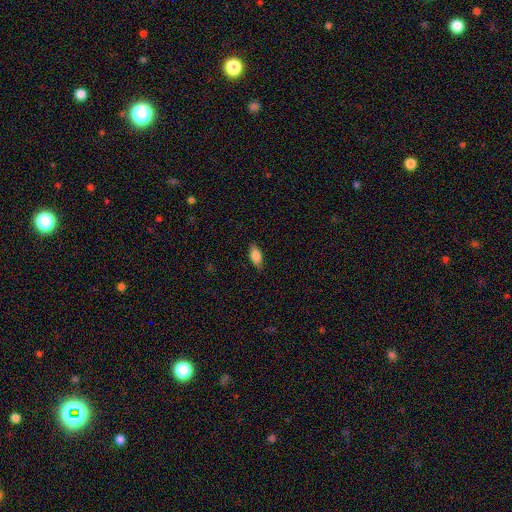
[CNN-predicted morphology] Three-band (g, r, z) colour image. It shows a smooth galaxy with no disk features (85%) that is in between round and cigar-shaped (87%). Merging: none (83%).